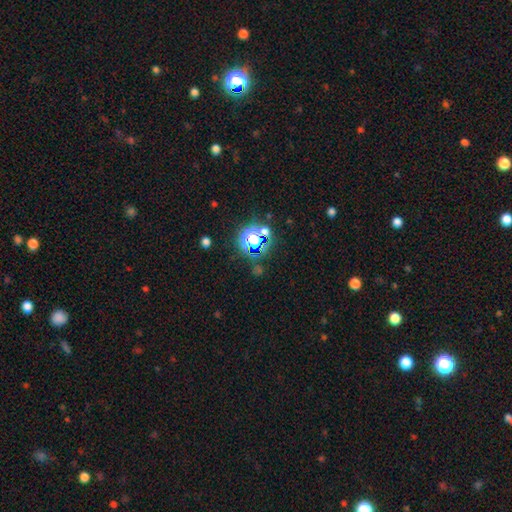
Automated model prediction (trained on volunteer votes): This is likely a star or artifact rather than a galaxy (78%).